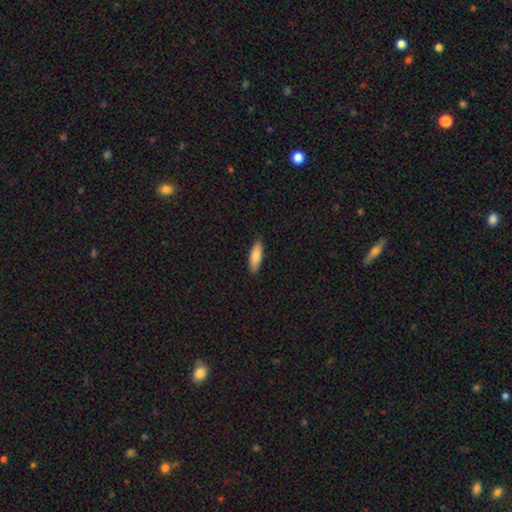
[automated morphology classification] smooth-or-featured: smooth: 84% | featured or disk: 10% | star or artifact: 6%
  how-rounded: in between: 55% | cigar-shaped: 43% | round: 2%
  merging: none: 89% | minor disturbance: 9% | major disturbance: 2% | merger: 1%